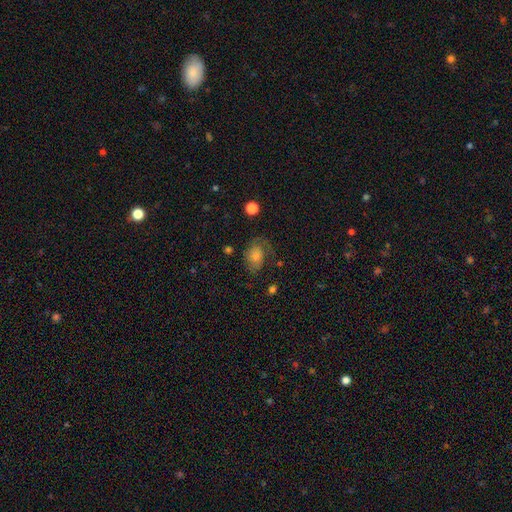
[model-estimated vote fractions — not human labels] Smooth or featured: featured or disk — 44% (smooth — 42%)
Merging: none — 59% (minor disturbance — 22%)